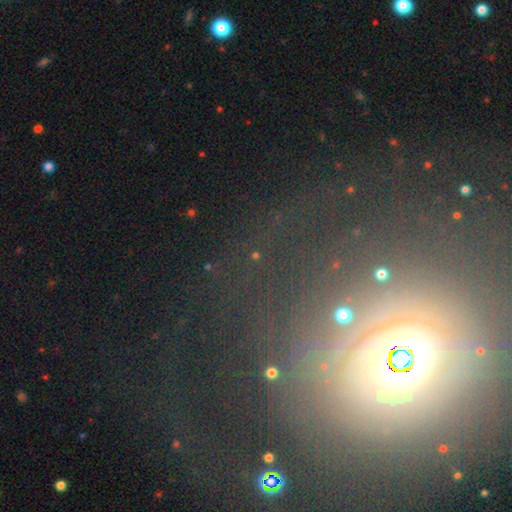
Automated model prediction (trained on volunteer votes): Smooth or featured? star or artifact (68%)